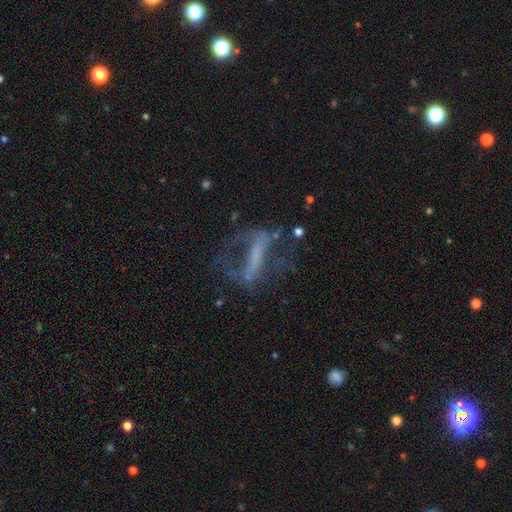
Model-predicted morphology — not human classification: Overall: featured or disk (66%). Edge-on disk: no (77%). Bar: strong (58%; no 22%). Spiral arms: no (57%; yes 43%). Bulge size: none (58%; small 23%). Merging: none (42%; major disturbance 36%).